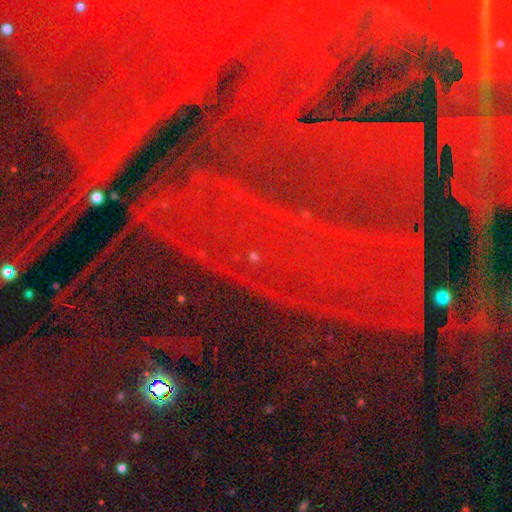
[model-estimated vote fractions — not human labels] Overall: star or artifact (88%).